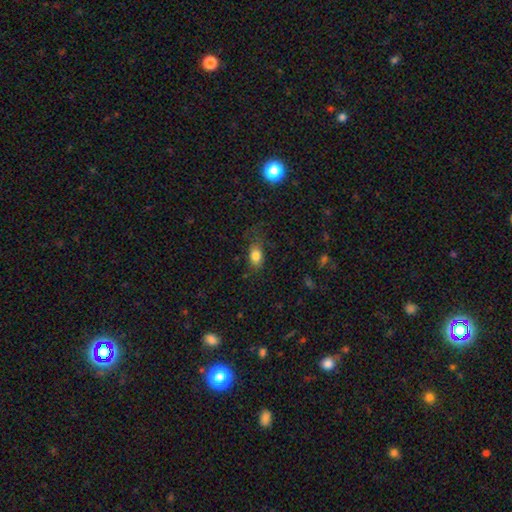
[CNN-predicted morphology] Q: Smooth or featured?
A: smooth (82%); runner-up: star or artifact (10%)
Q: How rounded?
A: in between (85%); runner-up: round (13%)
Q: Merging?
A: none (69%); runner-up: minor disturbance (21%)